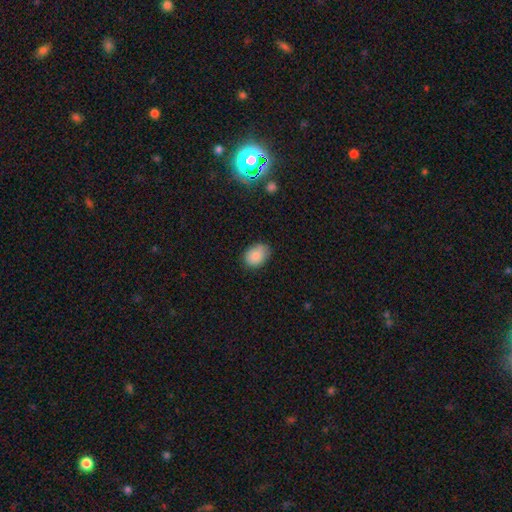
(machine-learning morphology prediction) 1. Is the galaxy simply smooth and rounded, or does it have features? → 86% smooth, 8% star or artifact, 6% featured or disk.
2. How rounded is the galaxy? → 76% in between, 23% round, 1% cigar-shaped.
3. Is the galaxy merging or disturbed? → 75% none, 21% minor disturbance, 3% major disturbance, 1% merger.